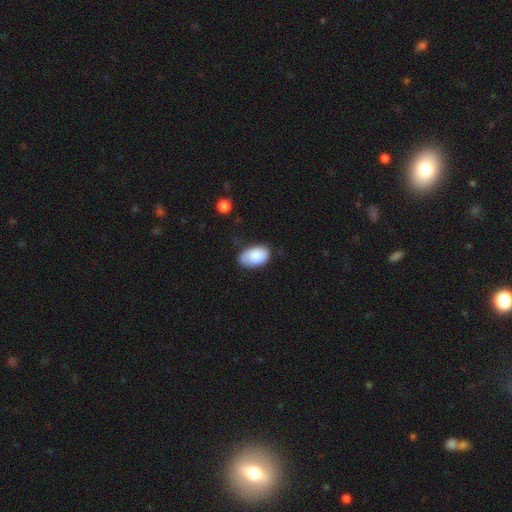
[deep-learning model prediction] This is clearly a smooth galaxy (83%). How rounded: clearly in between (91%). Merging: likely none (66%).